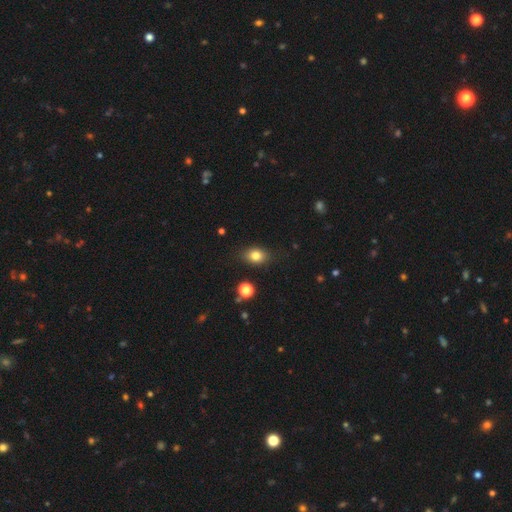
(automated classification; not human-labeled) This appears to be a smooth galaxy with no disk features (80%) that is in between round and cigar-shaped (68%). Merging: none (82%).